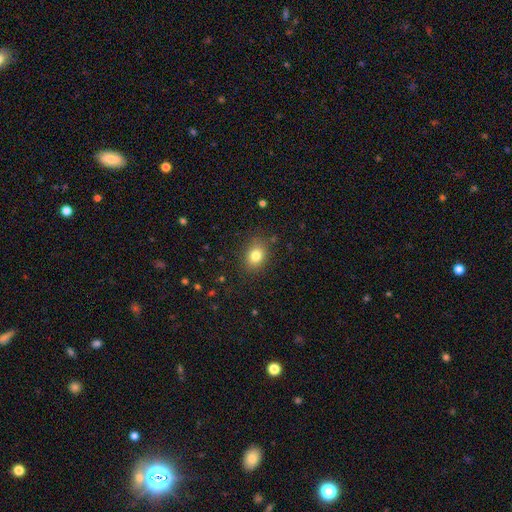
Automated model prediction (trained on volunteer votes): Overall: smooth (80%). How rounded: in between (59%; round 40%). Merging: none (85%).